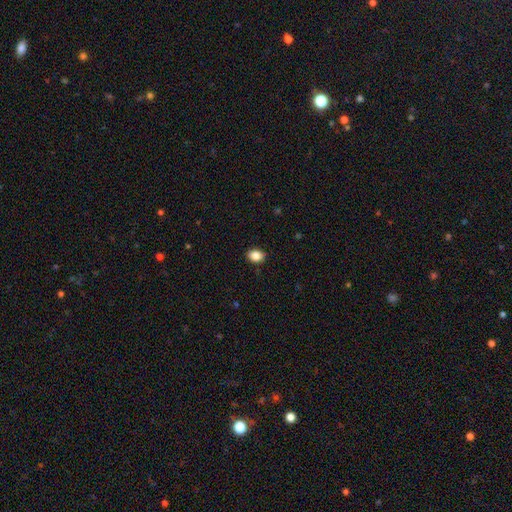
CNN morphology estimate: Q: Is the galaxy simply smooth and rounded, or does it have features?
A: smooth — 87%.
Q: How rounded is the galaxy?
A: in between — 64%.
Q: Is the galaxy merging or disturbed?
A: none — 88%.